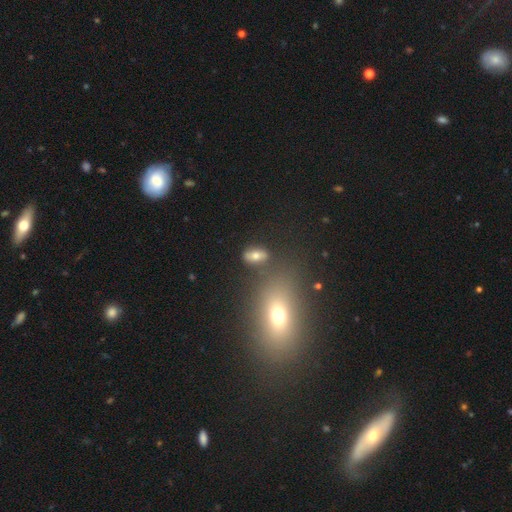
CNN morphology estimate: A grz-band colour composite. It shows a smooth galaxy with no disk features (65%) that is in between round and cigar-shaped (80%). Merging: none (72%).